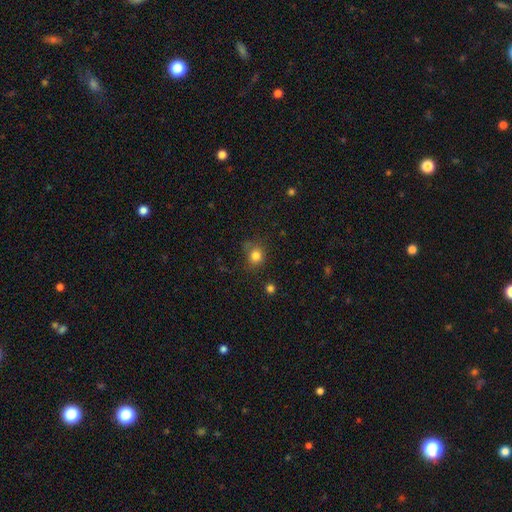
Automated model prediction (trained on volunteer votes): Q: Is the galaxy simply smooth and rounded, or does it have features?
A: smooth — 81%.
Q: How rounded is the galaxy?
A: round — 78%.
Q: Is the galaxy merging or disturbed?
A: none — 67%.